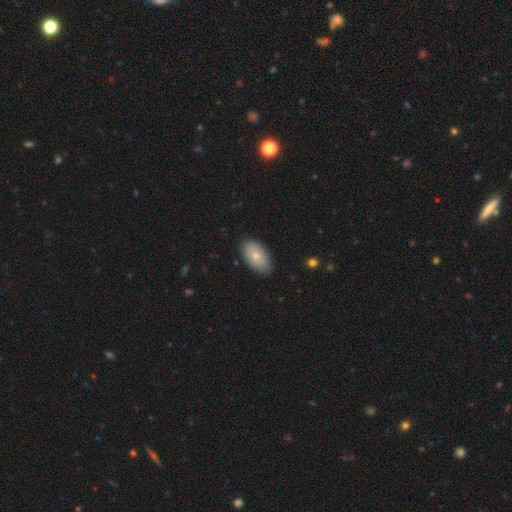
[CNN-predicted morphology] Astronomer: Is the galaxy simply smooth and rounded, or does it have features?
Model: smooth — 77%.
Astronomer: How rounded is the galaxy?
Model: in between — 93%.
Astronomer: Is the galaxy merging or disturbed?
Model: none — 84%.